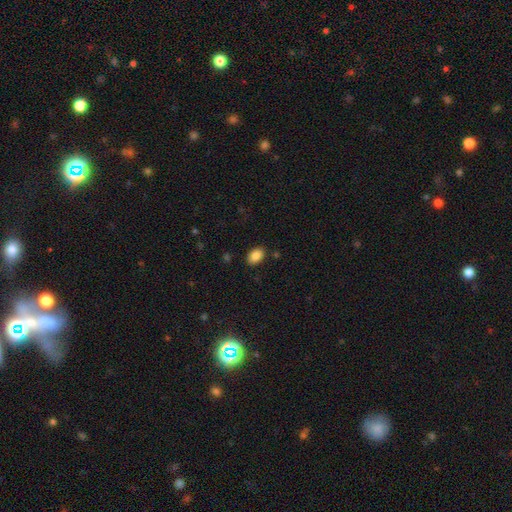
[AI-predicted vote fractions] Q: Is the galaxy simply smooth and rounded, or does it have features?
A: smooth — 87%.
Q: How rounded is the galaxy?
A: in between — 86%.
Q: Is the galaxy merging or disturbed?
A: none — 87%.